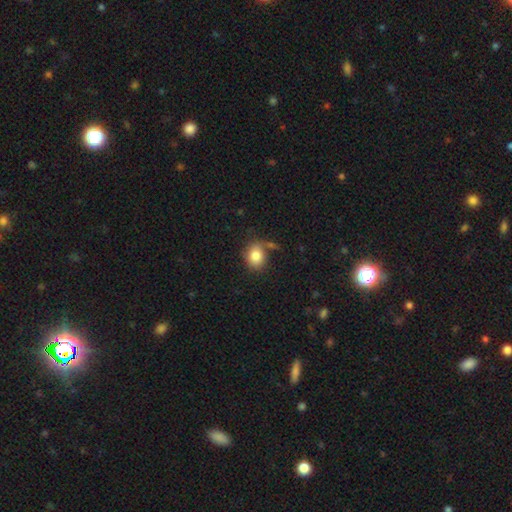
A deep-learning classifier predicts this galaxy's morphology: type=smooth (83%); roundness=round (56%); merging=none (61%).